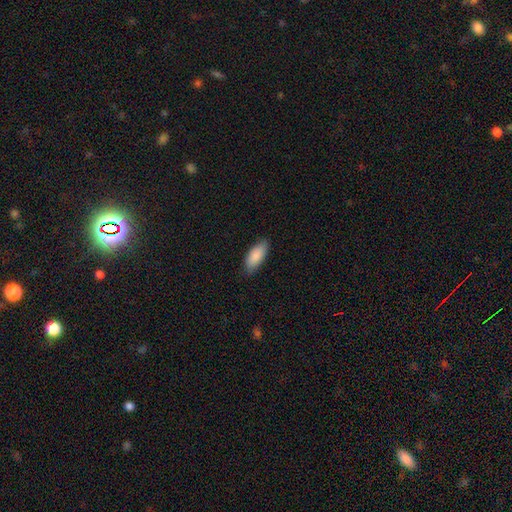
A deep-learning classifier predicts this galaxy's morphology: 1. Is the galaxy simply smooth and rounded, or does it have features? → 88% smooth, 6% featured or disk, 6% star or artifact.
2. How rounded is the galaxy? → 84% in between, 15% cigar-shaped, 2% round.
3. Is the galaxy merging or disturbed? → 82% none, 15% minor disturbance, 2% major disturbance, 1% merger.